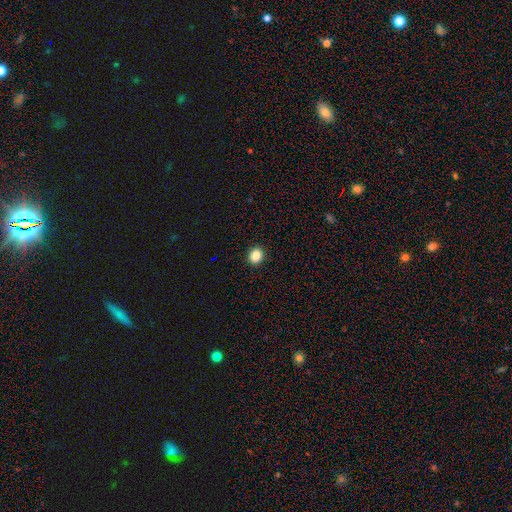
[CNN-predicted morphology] smooth-or-featured: smooth: 85% | star or artifact: 11% | featured or disk: 4%
  how-rounded: round: 69% | in between: 30% | cigar-shaped: 1%
  merging: none: 92% | minor disturbance: 5% | major disturbance: 2% | merger: 1%